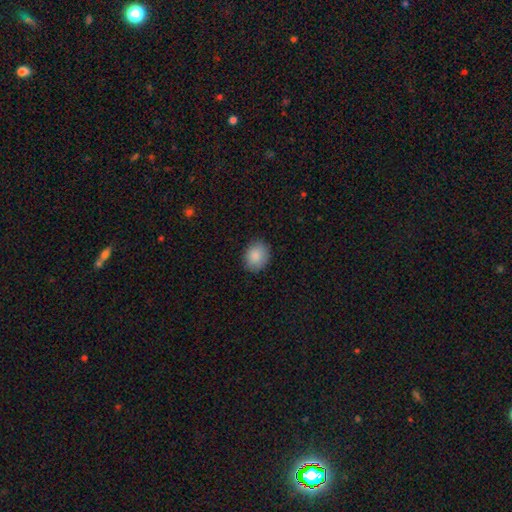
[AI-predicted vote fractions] Q: Smooth or featured?
A: smooth (88%); runner-up: star or artifact (7%)
Q: How rounded?
A: in between (52%); runner-up: round (47%)
Q: Merging?
A: none (86%); runner-up: minor disturbance (11%)